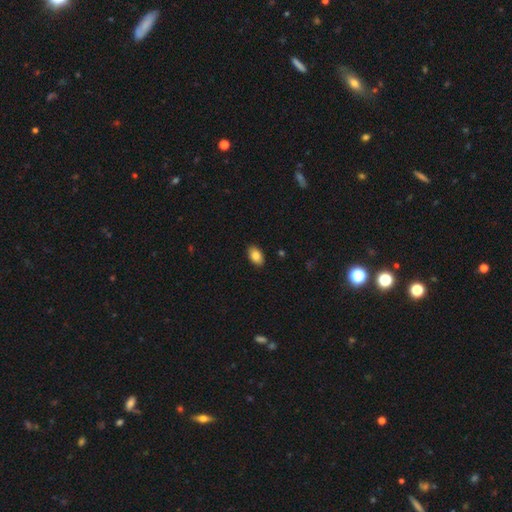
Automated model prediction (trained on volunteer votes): Smooth or featured? smooth (85%)
How rounded? in between (92%)
Merging? none (90%)